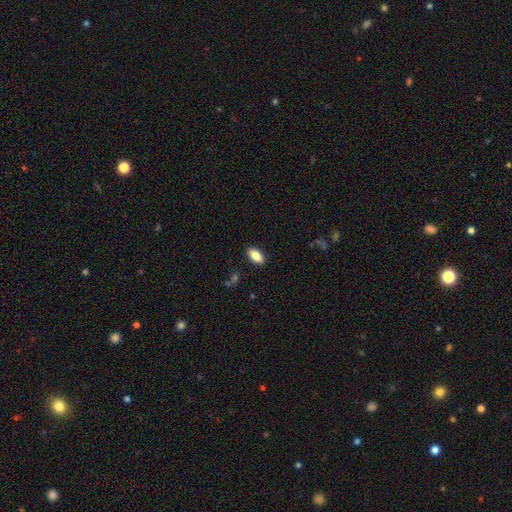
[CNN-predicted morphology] Smooth or featured? smooth (83%)
How rounded? in between (89%)
Merging? none (89%)